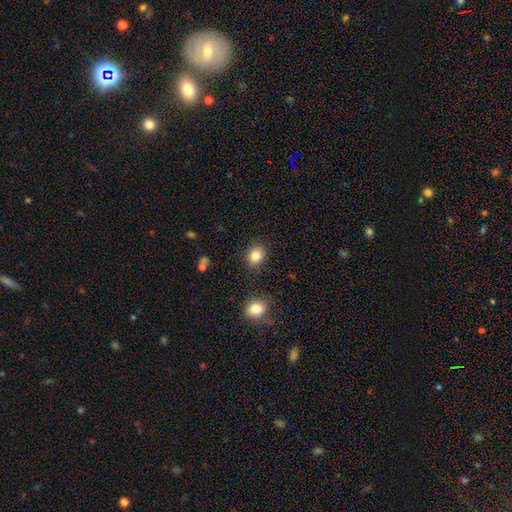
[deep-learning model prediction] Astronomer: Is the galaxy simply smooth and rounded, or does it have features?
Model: smooth — 84%.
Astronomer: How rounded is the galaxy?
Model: round — 56% (runner-up: in between, 43%).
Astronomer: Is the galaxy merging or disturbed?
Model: none — 86%.